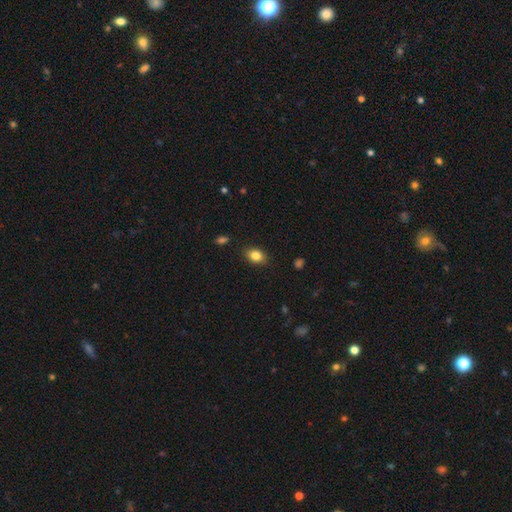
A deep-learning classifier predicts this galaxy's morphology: Smooth or featured? Predicted: smooth (p=0.83). How rounded? Predicted: in between (p=0.75). Merging? Predicted: none (p=0.86).